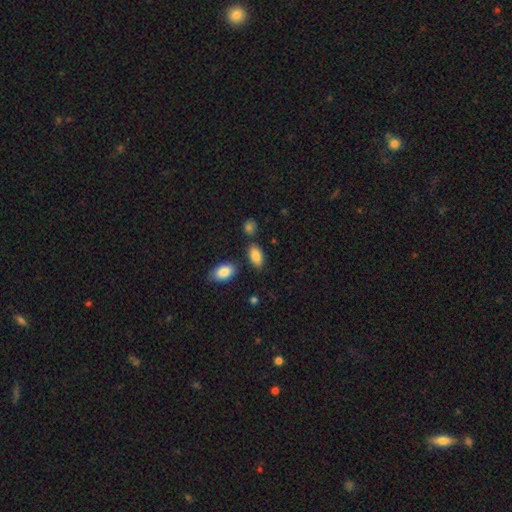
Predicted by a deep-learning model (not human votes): Smooth or featured: smooth — 86% (star or artifact — 8%)
How rounded: in between — 92% (cigar-shaped — 4%)
Merging: none — 77% (minor disturbance — 14%)